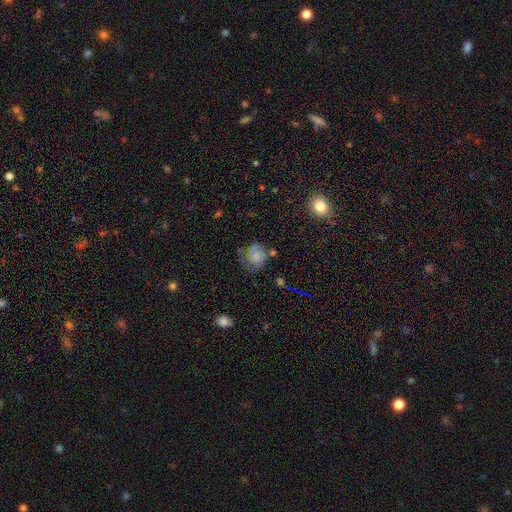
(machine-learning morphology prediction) Smooth or featured? smooth (47%)
Merging? none (42%)